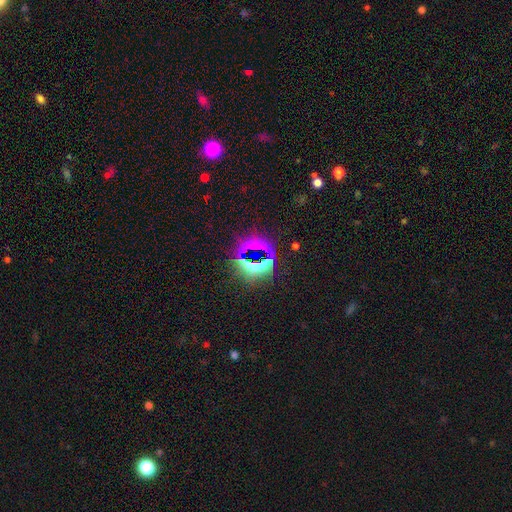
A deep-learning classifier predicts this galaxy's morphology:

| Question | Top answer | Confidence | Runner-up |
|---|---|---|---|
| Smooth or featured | star or artifact | 74% | smooth (17%) |